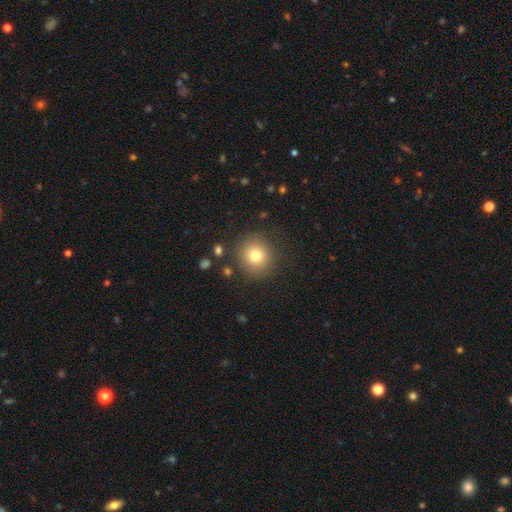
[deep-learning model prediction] Overall: smooth (77%). How rounded: round (90%). Merging: none (86%).